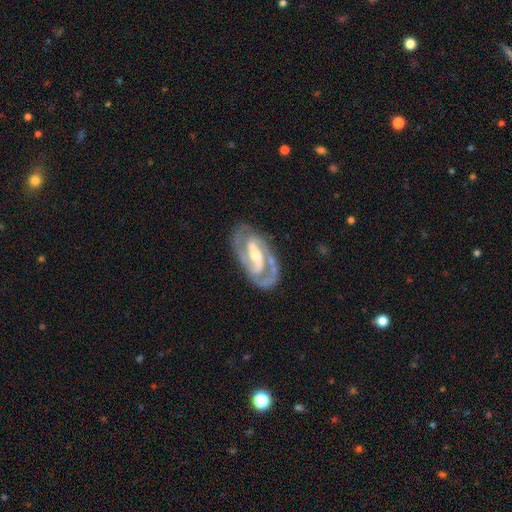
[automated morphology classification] smooth-or-featured: featured or disk: 91% | smooth: 5% | star or artifact: 4%
  disk-edge-on: no: 96% | yes: 4%
    bar: strong: 56% | weak: 32% | no: 12%
    has-spiral-arms: yes: 96% | no: 4%
      spiral-winding: medium: 47% | tight: 44% | loose: 9%
      spiral-arm-count: 2: 90% | can't tell: 3% | 1: 2% | 3: 2% | 4: 1% | more than 4: 1%
    bulge-size: moderate: 57% | small: 34% | large: 6% | none: 2% | dominant: 1%
  merging: none: 80% | minor disturbance: 13% | major disturbance: 5% | merger: 2%